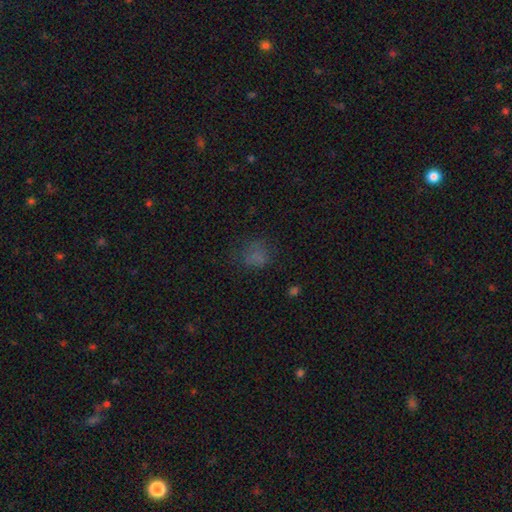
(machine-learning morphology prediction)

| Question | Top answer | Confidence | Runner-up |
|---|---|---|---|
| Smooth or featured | smooth | 64% | star or artifact (23%) |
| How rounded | round | 63% | in between (36%) |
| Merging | none | 61% | minor disturbance (22%) |